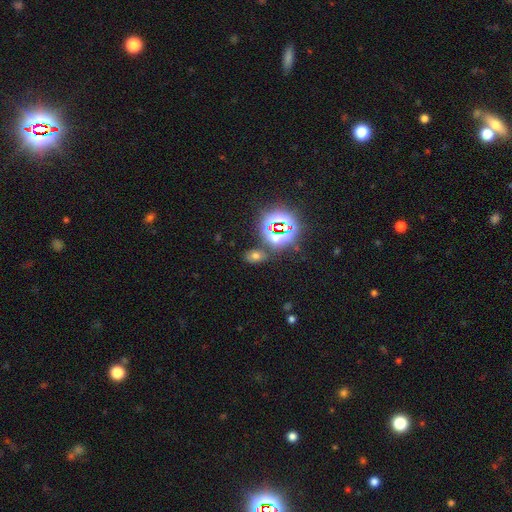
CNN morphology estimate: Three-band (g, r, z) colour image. It shows a smooth galaxy with no disk features (50%) that is in between round and cigar-shaped (83%). Merging: none (77%).